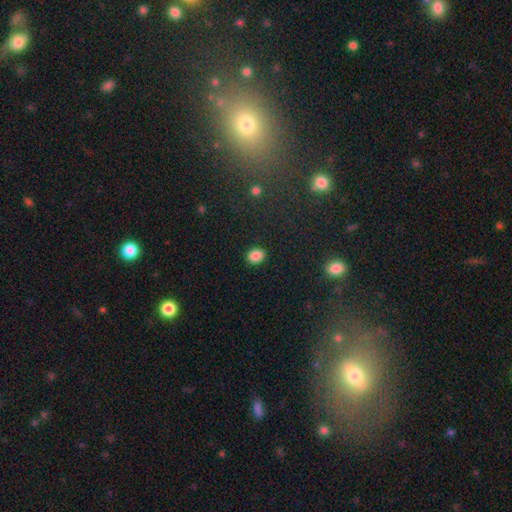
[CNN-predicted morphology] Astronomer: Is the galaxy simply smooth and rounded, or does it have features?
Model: smooth — 87%.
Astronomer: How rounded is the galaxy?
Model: in between — 66%.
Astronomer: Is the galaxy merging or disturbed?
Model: none — 90%.